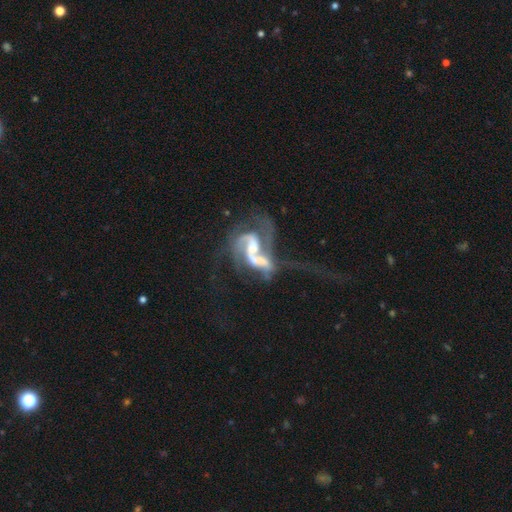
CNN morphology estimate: type=featured or disk (86%); edge-on=no (97%); bar=weak (41%); spiral arms=yes (92%); winding=loose (46%); arm count=2 (73%); bulge=moderate (45%); merging=merger (55%).